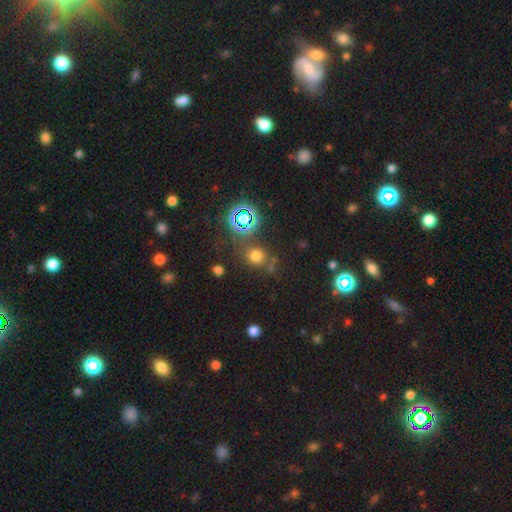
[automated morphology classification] type=smooth (64%); roundness=round (81%); merging=none (70%).